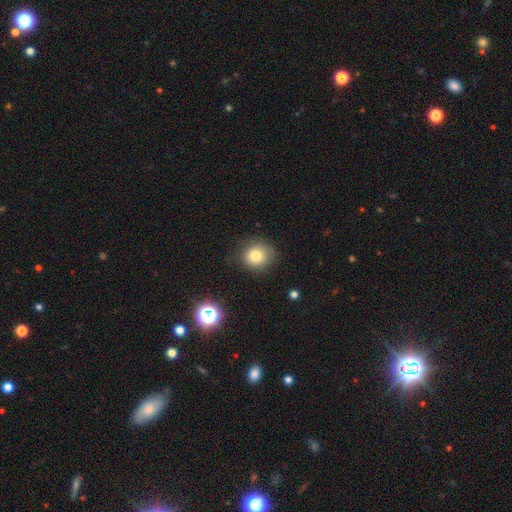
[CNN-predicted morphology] This appears to be a smooth galaxy with no disk features (79%) that is round (78%). Merging: none (78%).